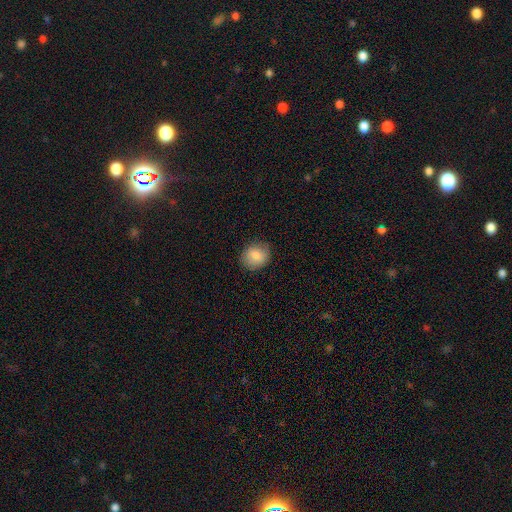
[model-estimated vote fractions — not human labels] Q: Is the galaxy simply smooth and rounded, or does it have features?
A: smooth — 84%.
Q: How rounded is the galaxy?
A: round — 73%.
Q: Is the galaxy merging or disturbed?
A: none — 84%.